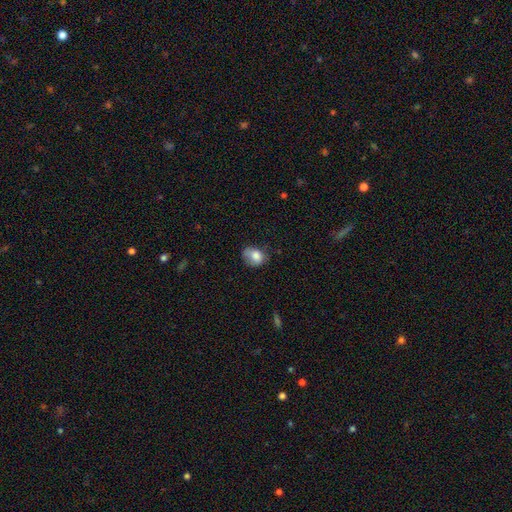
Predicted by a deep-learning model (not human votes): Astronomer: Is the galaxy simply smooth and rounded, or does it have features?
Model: smooth — 78%.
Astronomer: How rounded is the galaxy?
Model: in between — 59% (runner-up: round, 40%).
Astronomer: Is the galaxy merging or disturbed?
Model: none — 48% (runner-up: minor disturbance, 35%).